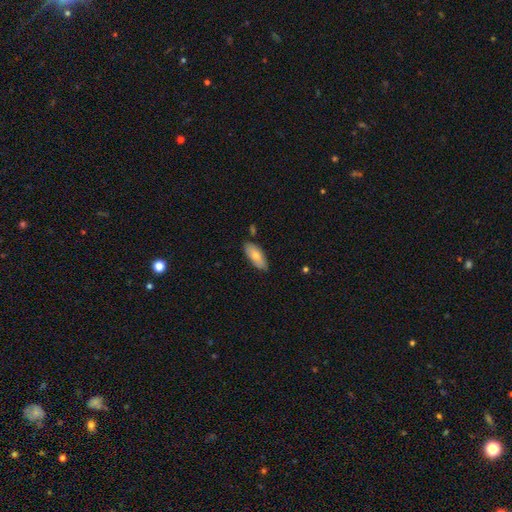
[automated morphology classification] The model was most divided on "smooth or featured": smooth: 75%, featured or disk: 19%, star or artifact: 6%. More confident: how rounded — in between (83%); merging — none (81%).